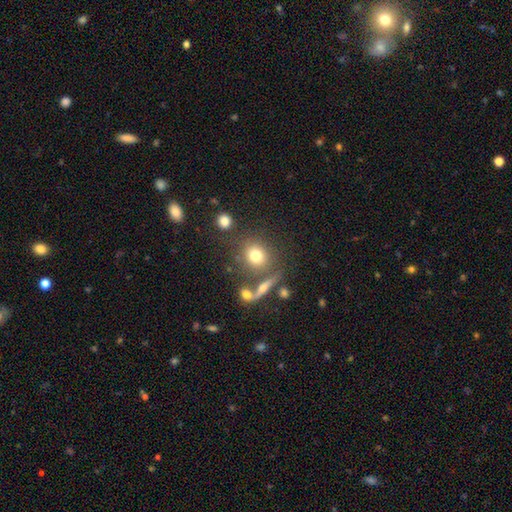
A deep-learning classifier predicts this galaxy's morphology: type=smooth (74%); roundness=round (79%); merging=none (69%).